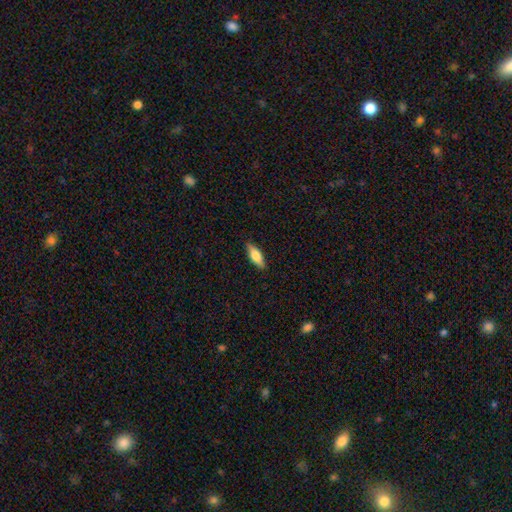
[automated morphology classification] This appears to be a smooth galaxy with no disk features (74%) that is in between round and cigar-shaped (61%). Merging: none (87%).